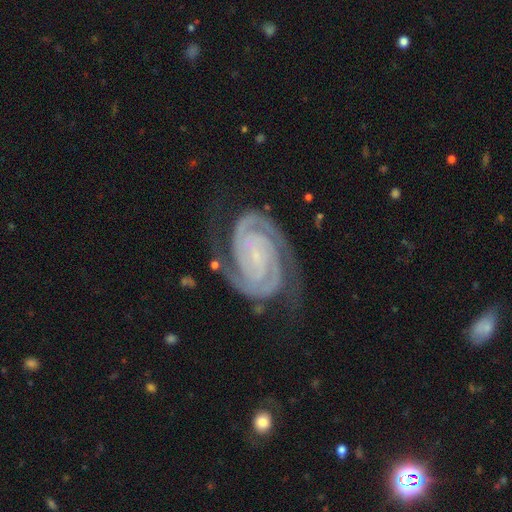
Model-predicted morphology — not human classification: Smooth or featured: featured or disk — 93% (star or artifact — 4%)
Edge-on disk: no — 98% (yes — 2%)
Bar: no — 50% (weak — 29%)
Spiral arms: yes — 99% (no — 1%)
Spiral winding: tight — 80% (medium — 18%)
Spiral arm count: 2 — 88% (3 — 5%)
Bulge size: small — 75% (none — 15%)
Merging: none — 76% (minor disturbance — 16%)